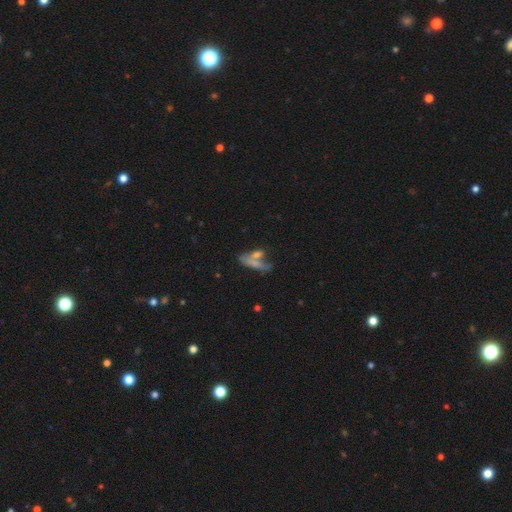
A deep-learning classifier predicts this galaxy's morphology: The model was most divided on "merging" (2-way tie): merger: 38%, none: 38%, minor disturbance: 13%, major disturbance: 11%. Remaining: smooth or featured — smooth (52%); how rounded — in between (46%).